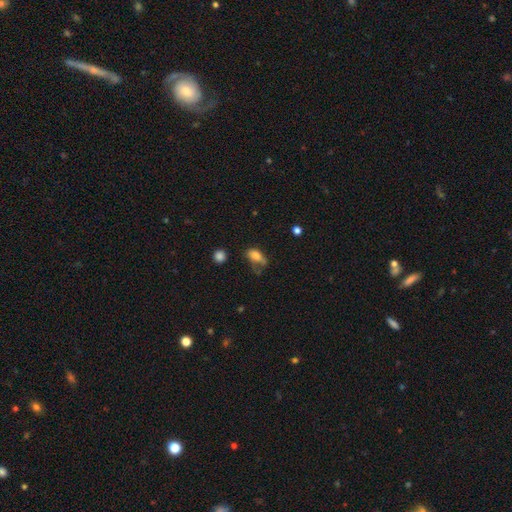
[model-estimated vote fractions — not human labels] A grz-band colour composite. It shows a smooth galaxy with no disk features (76%) that is in between round and cigar-shaped (85%). Merging: none (35%).